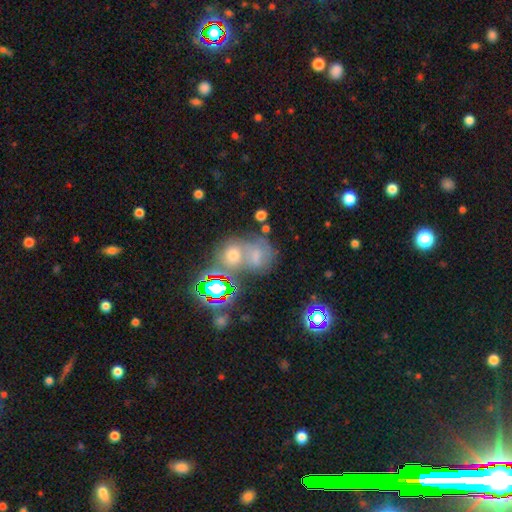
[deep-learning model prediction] Overall: smooth (52%; star or artifact 27%). How rounded: round (61%; in between 37%). Merging: merger (56%; none 26%).